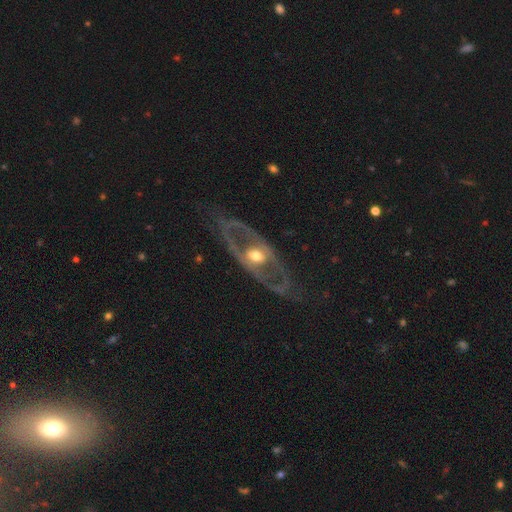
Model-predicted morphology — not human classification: featured or disk 80%, smooth 15%, star or artifact 5%. Down the decision tree: edge-on disk — no (87%); bar — no (66%); spiral arms — no (57%); bulge size — moderate (71%); merging — none (71%).